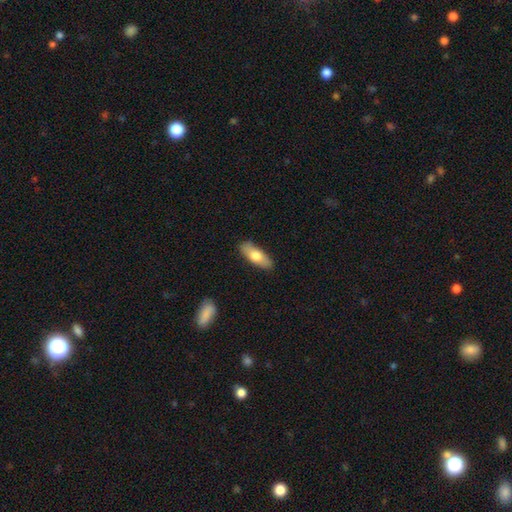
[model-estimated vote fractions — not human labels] smooth_or_featured: smooth (p=0.69) [alt: featured or disk p=0.26]
how_rounded: in between (p=0.70) [alt: cigar-shaped p=0.28]
merging: none (p=0.85) [alt: minor disturbance p=0.11]